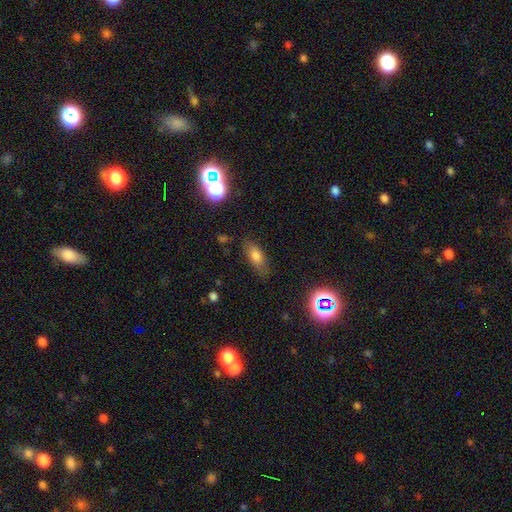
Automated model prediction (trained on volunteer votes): Smooth or featured? smooth (74%)
How rounded? in between (77%)
Merging? none (77%)